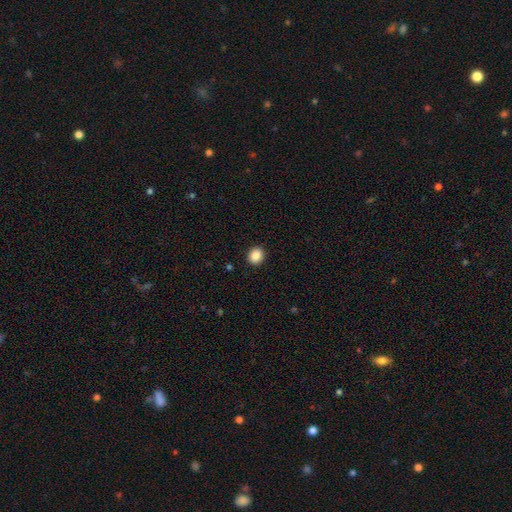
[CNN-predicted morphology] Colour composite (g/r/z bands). It shows a smooth galaxy with no disk features (88%) that is round (72%). Merging: none (92%).